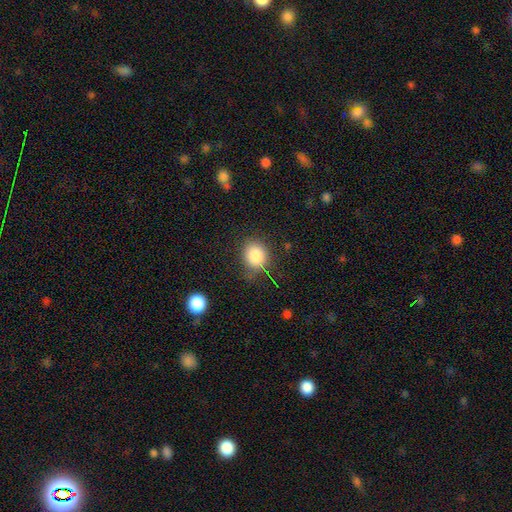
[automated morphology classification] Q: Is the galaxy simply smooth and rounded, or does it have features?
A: smooth — 84%.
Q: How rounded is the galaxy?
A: round — 70%.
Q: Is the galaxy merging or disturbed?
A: none — 76%.